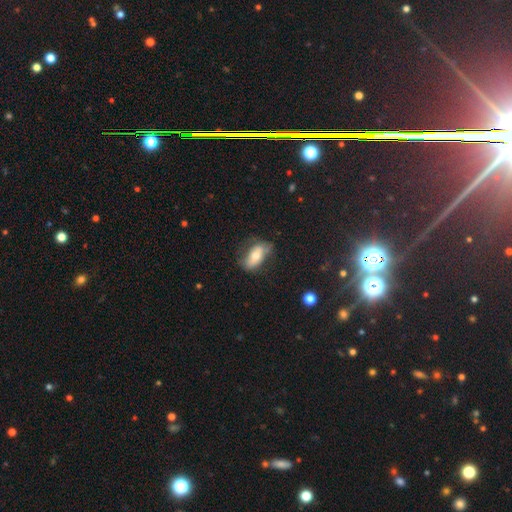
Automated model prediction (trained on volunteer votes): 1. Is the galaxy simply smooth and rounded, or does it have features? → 58% smooth, 34% featured or disk, 8% star or artifact.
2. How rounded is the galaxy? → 87% in between, 7% cigar-shaped, 5% round.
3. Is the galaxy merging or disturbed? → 58% none, 27% minor disturbance, 12% major disturbance, 2% merger.